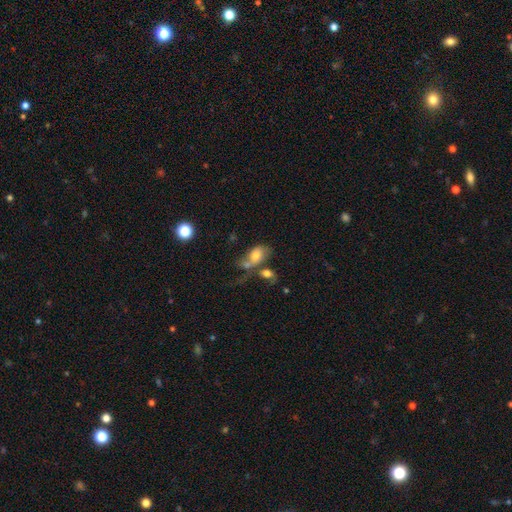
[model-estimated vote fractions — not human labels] Smooth or featured?
  - smooth: 67% *
  - featured or disk: 23%
  - star or artifact: 10%
How rounded?
  - in between: 84% *
  - round: 14%
  - cigar-shaped: 2%
Merging?
  - merger: 46% *
  - none: 24%
  - major disturbance: 16%
  - minor disturbance: 14%